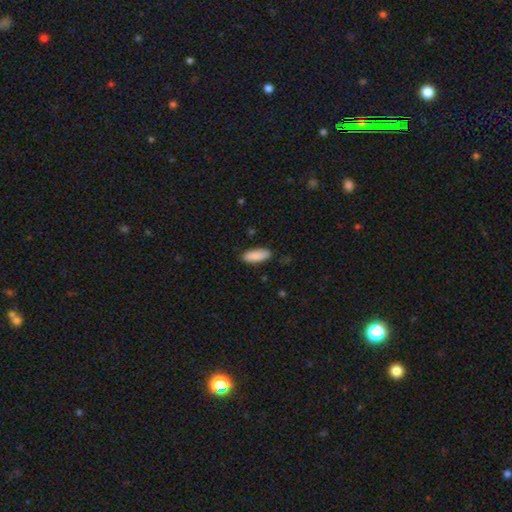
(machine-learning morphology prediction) smooth_or_featured: smooth (p=0.90) [alt: star or artifact p=0.06]
how_rounded: in between (p=0.75) [alt: cigar-shaped p=0.23]
merging: none (p=0.86) [alt: minor disturbance p=0.11]